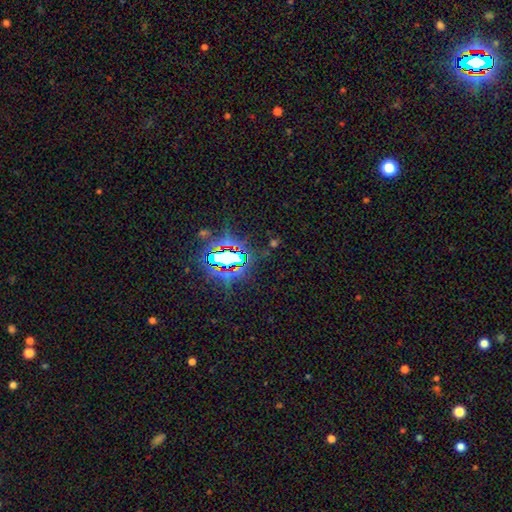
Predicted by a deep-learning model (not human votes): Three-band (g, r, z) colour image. It shows a star or artifact, not a galaxy (82%).